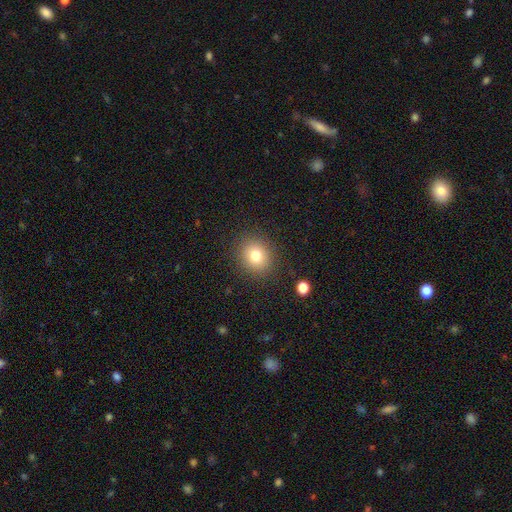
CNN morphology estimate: Overall: smooth (78%). How rounded: round (79%). Merging: none (88%).